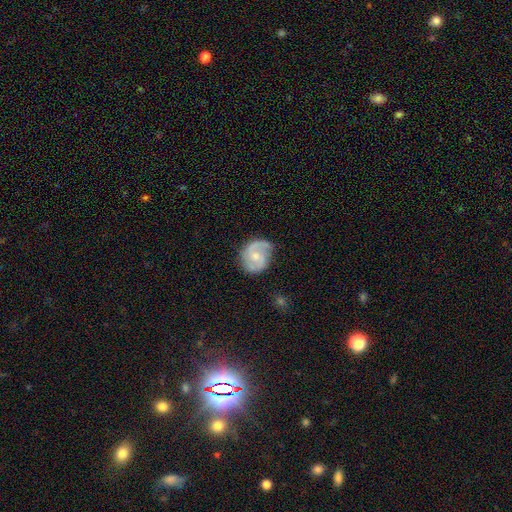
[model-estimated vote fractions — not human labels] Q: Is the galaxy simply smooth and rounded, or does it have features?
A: featured or disk — 82%.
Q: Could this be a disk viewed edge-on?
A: no — 98%.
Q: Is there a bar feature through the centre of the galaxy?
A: no — 52%.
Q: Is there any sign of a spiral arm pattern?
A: yes — 96%.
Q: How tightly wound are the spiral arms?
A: medium — 52%.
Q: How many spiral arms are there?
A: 2 — 85%.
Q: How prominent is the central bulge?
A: moderate — 47%.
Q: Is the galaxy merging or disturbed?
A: none — 70%.